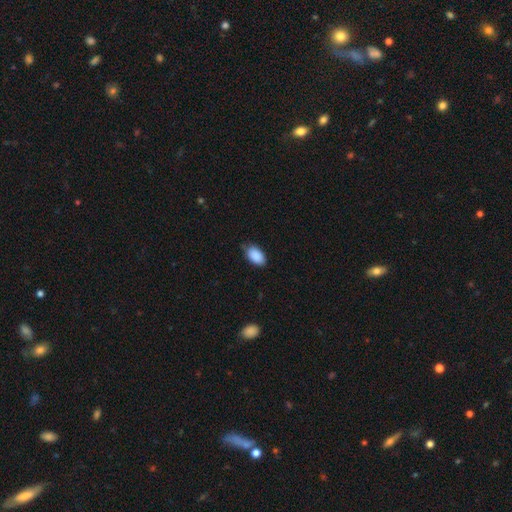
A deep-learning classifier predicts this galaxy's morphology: Smooth or featured? smooth (90%)
How rounded? in between (93%)
Merging? none (78%)